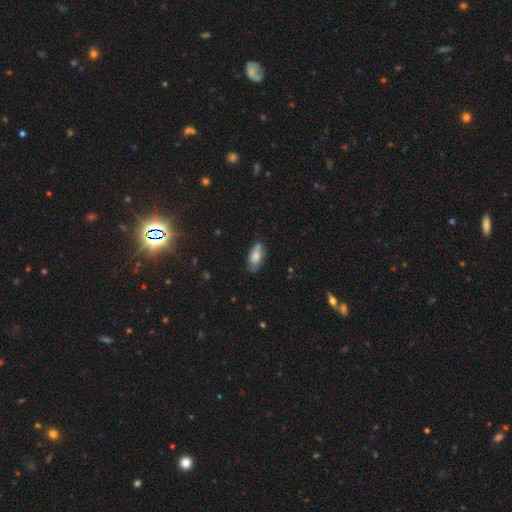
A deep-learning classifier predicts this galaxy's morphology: A smooth galaxy with no disk features (65%) that is in between round and cigar-shaped (88%).

Vote fractions:
- Smooth or featured? smooth: 65% / featured or disk: 27% / star or artifact: 8%
- How rounded? in between: 88% / cigar-shaped: 9% / round: 3%
- Merging? none: 64% / minor disturbance: 27% / major disturbance: 6% / merger: 3%